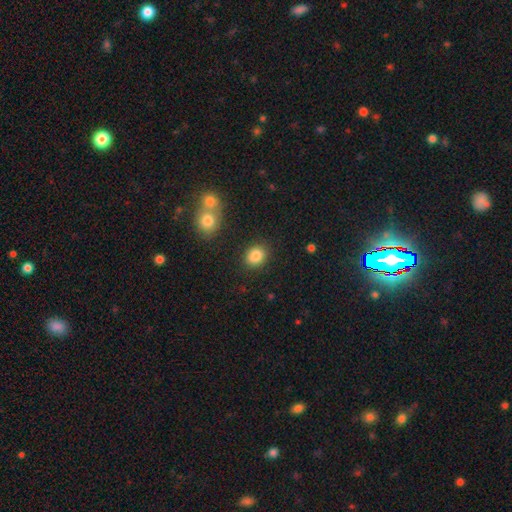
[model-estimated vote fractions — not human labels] A smooth galaxy with no disk features (85%) that is round (61%). Merging: none (85%).